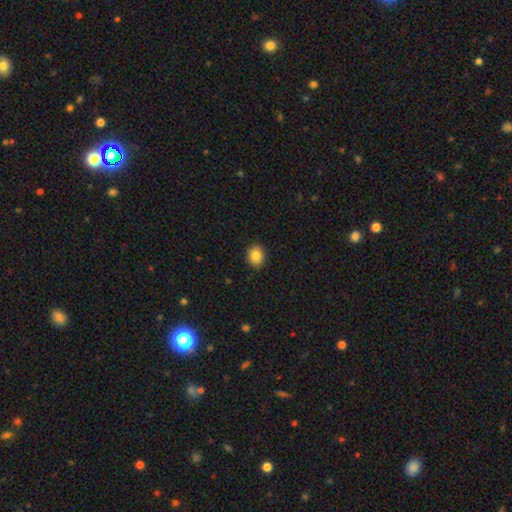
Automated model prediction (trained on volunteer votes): Smooth or featured: smooth — 84% (star or artifact — 9%)
How rounded: round — 63% (in between — 36%)
Merging: none — 90% (minor disturbance — 7%)